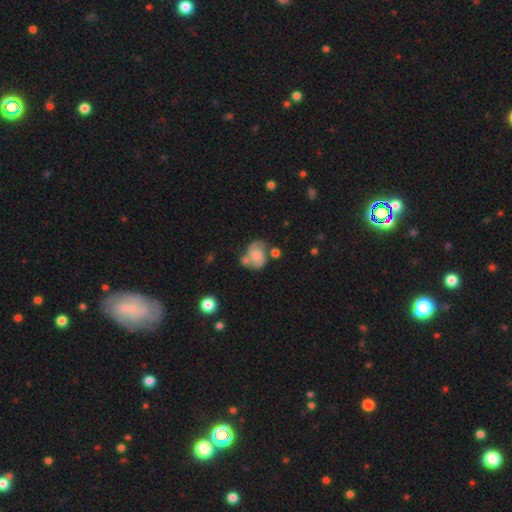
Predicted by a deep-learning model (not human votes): Smooth or featured: featured or disk — 65% (smooth — 27%)
Edge-on disk: no — 98% (yes — 2%)
Bar: no — 69% (weak — 26%)
Spiral arms: yes — 89% (no — 11%)
Spiral winding: medium — 48% (tight — 28%)
Spiral arm count: 2 — 81% (can't tell — 9%)
Bulge size: none — 40% (small — 26%)
Merging: none — 42% (minor disturbance — 22%)